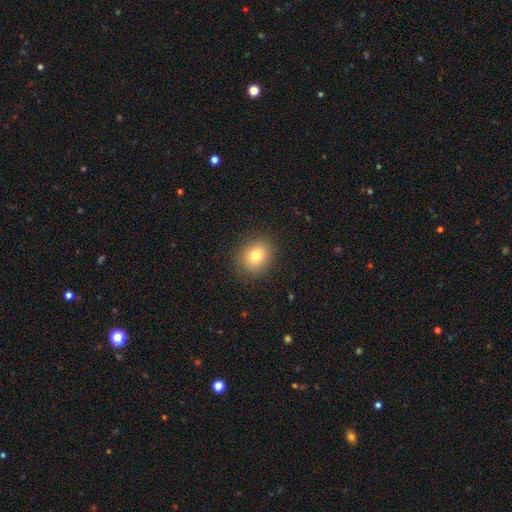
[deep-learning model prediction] Overall: smooth (79%). How rounded: round (70%; in between 30%). Merging: none (89%).